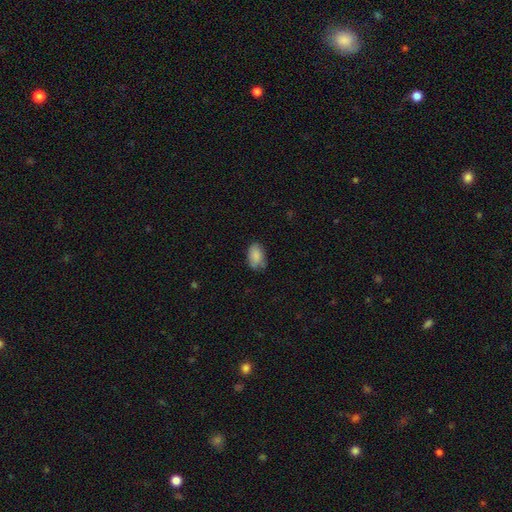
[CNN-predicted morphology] smooth_or_featured: smooth (p=0.86) [alt: star or artifact p=0.07]
how_rounded: in between (p=0.90) [alt: round p=0.08]
merging: none (p=0.68) [alt: minor disturbance p=0.25]